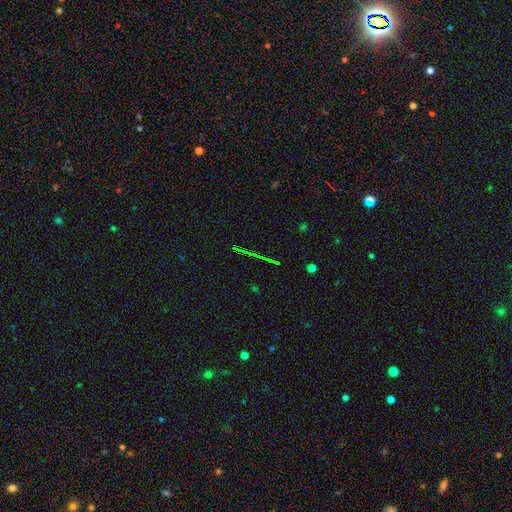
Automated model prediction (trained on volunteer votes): Q: Smooth or featured?
A: star or artifact (74%); runner-up: featured or disk (14%)